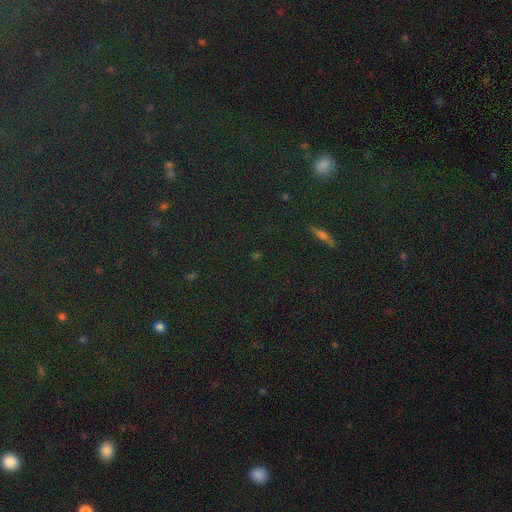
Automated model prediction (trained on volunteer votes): The model was most divided on "smooth or featured": star or artifact: 65%, smooth: 23%, featured or disk: 13%.